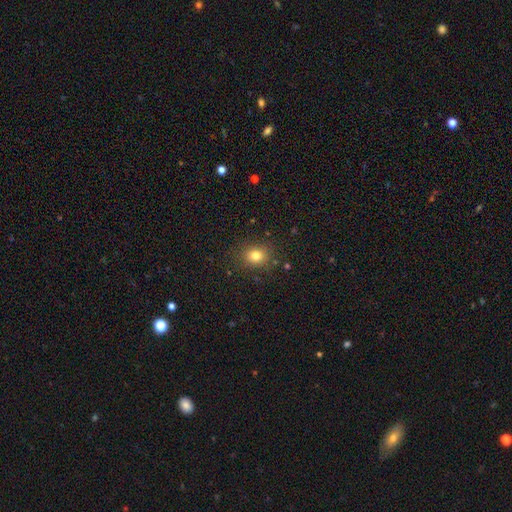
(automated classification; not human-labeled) Q: Smooth or featured?
A: smooth (79%); runner-up: star or artifact (13%)
Q: How rounded?
A: round (64%); runner-up: in between (35%)
Q: Merging?
A: none (85%); runner-up: minor disturbance (10%)